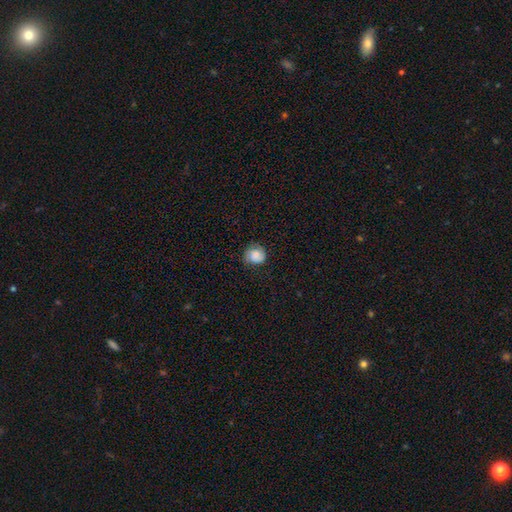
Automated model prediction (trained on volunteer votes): Q: Smooth or featured?
A: smooth (60%); runner-up: featured or disk (31%)
Q: How rounded?
A: round (78%); runner-up: in between (21%)
Q: Merging?
A: none (71%); runner-up: minor disturbance (21%)